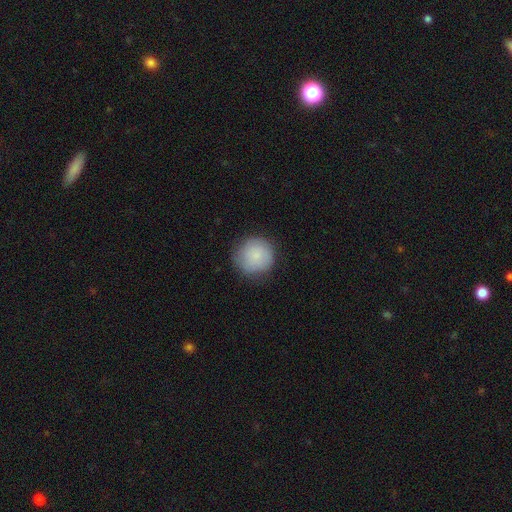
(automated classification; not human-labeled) smooth 85%, featured or disk 8%, star or artifact 7%. Down the decision tree: how rounded — round (94%); merging — none (80%).